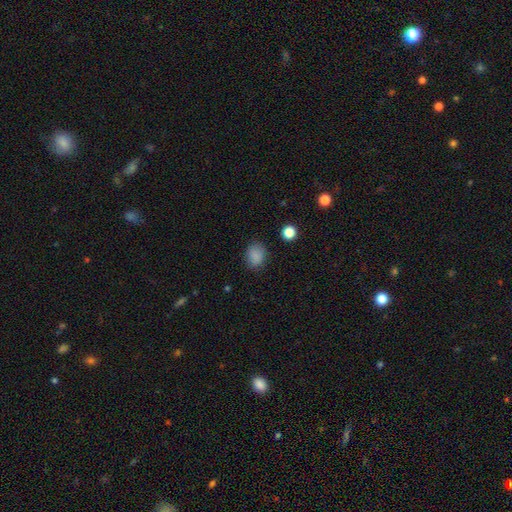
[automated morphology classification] Overall: smooth (85%). How rounded: in between (57%; round 42%). Merging: none (82%).